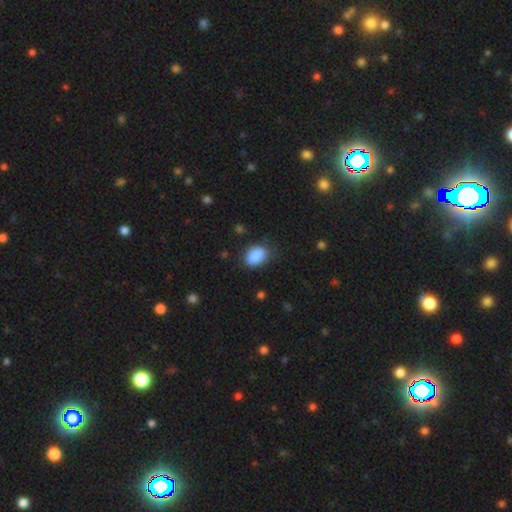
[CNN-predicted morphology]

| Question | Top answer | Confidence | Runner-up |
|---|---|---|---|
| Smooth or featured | smooth | 89% | star or artifact (8%) |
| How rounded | in between | 79% | round (19%) |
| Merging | none | 78% | minor disturbance (16%) |